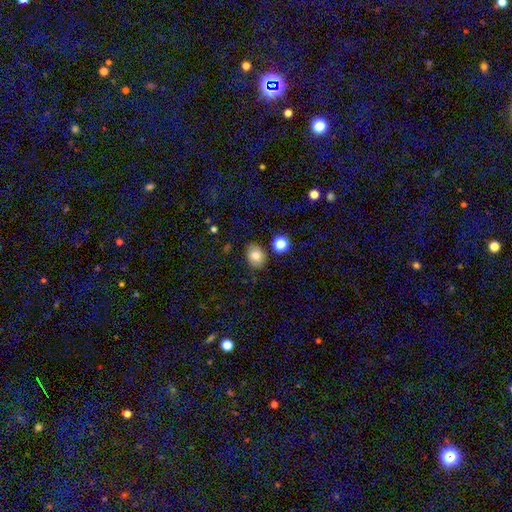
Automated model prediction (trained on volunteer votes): Smooth or featured? smooth (81%)
How rounded? in between (57%)
Merging? none (80%)